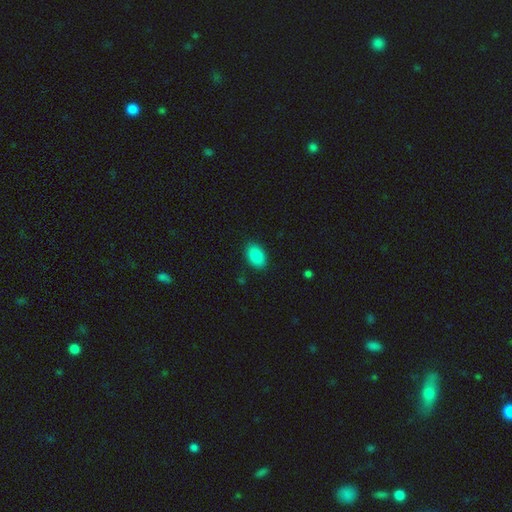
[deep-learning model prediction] smooth 87%, star or artifact 8%, featured or disk 6%. Down the decision tree: how rounded — in between (90%); merging — none (88%).